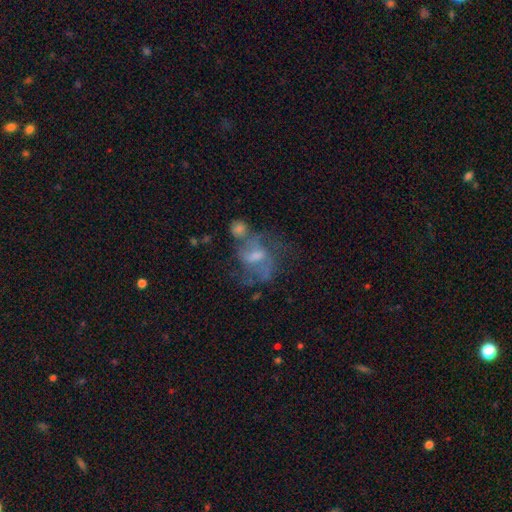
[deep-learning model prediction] Smooth or featured?
  - featured or disk: 67% *
  - star or artifact: 17%
  - smooth: 16%
Edge-on disk?
  - no: 96% *
  - yes: 4%
Bar?
  - weak: 47% *
  - no: 40%
  - strong: 13%
Spiral arms?
  - yes: 77% *
  - no: 23%
Bulge size?
  - small: 42% *
  - moderate: 41%
  - none: 11%
  - large: 4%
  - dominant: 1%
Merging?
  - none: 49% *
  - merger: 18%
  - major disturbance: 17%
  - minor disturbance: 16%